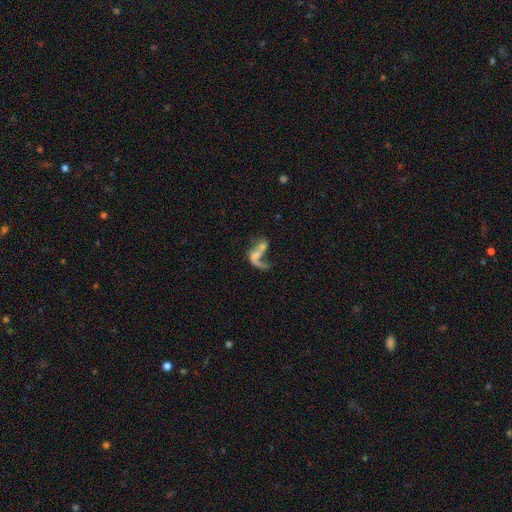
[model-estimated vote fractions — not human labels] smooth_or_featured: featured or disk (p=0.58) [alt: smooth p=0.30]
disk_edge_on: no (p=0.95) [alt: yes p=0.05]
bar: no (p=0.66) [alt: weak p=0.23]
has_spiral_arms: no (p=0.51) [alt: yes p=0.49]
bulge_size: none (p=0.50) [alt: small p=0.25]
merging: merger (p=0.46) [alt: major disturbance p=0.28]